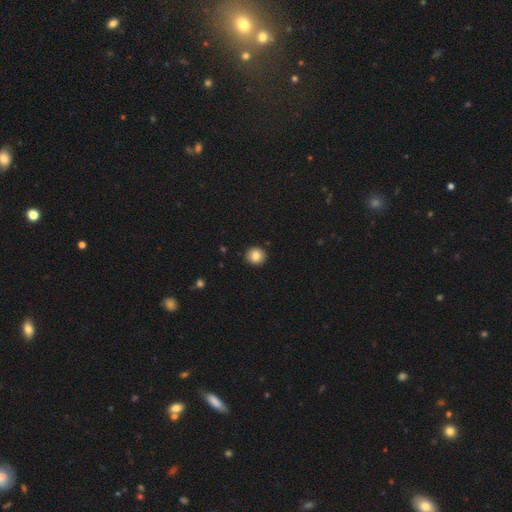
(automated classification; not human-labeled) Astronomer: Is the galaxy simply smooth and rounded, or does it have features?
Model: smooth — 84%.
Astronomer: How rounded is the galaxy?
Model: round — 90%.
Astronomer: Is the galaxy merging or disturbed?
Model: none — 92%.